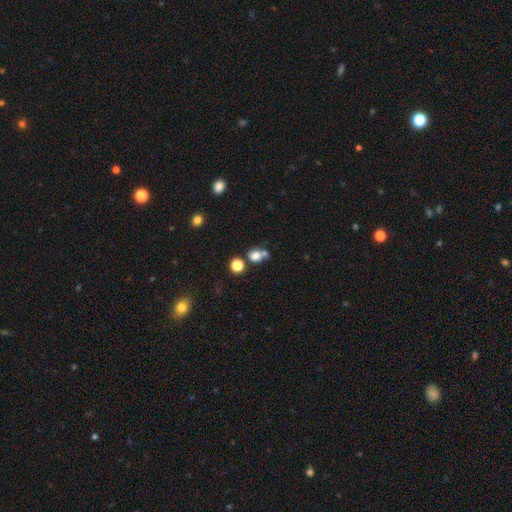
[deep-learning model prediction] Smooth or featured: smooth — 75% (star or artifact — 15%)
How rounded: round — 66% (in between — 33%)
Merging: none — 42% (merger — 41%)